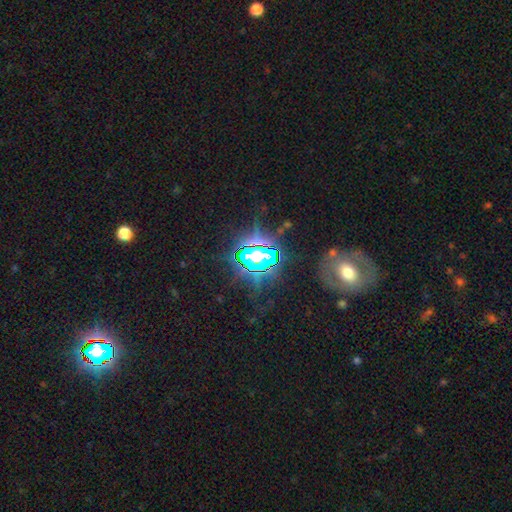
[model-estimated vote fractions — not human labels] Smooth or featured?
  - star or artifact: 78% *
  - featured or disk: 12%
  - smooth: 10%